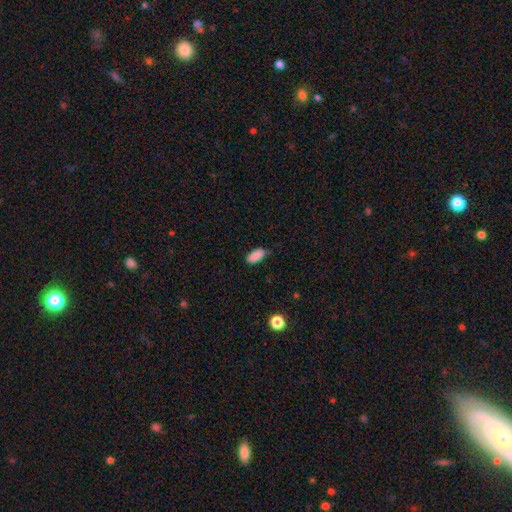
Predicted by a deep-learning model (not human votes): Smooth or featured? Predicted: smooth (p=0.89). How rounded? Predicted: in between (p=0.91). Merging? Predicted: none (p=0.73).